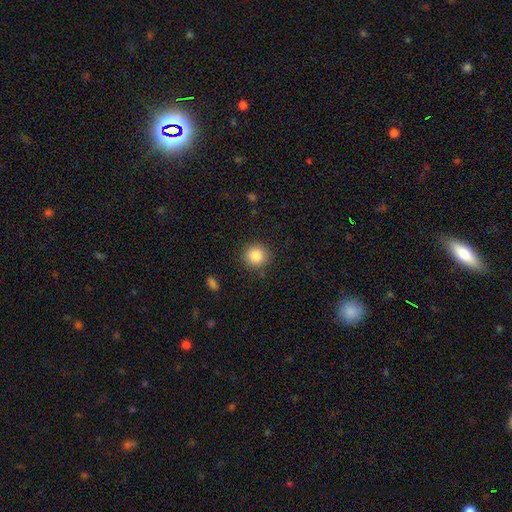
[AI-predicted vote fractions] smooth-or-featured: smooth: 84% | star or artifact: 10% | featured or disk: 6%
  how-rounded: round: 92% | in between: 7% | cigar-shaped: 1%
  merging: none: 89% | minor disturbance: 7% | major disturbance: 2% | merger: 1%